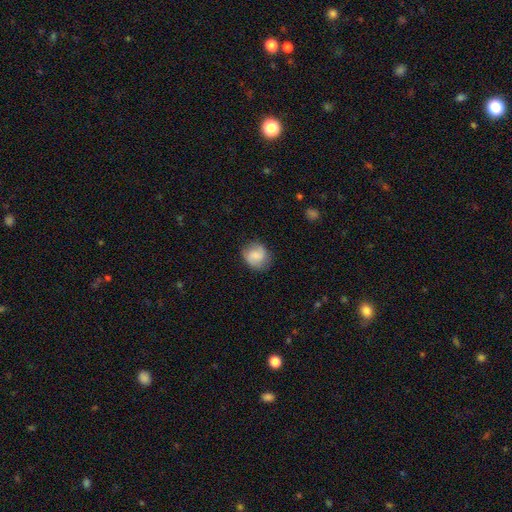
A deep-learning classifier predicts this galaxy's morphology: A smooth galaxy with no disk features (67%) that is round (79%).

Vote fractions:
- Smooth or featured? smooth: 67% / featured or disk: 25% / star or artifact: 8%
- How rounded? round: 79% / in between: 20% / cigar-shaped: 1%
- Merging? none: 79% / minor disturbance: 16% / major disturbance: 5% / merger: 1%